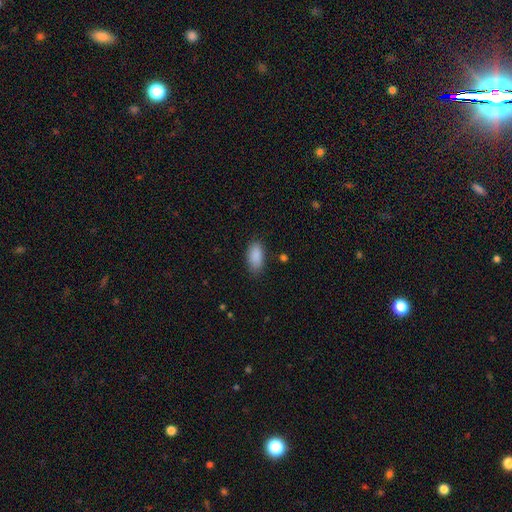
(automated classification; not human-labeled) A smooth galaxy with no disk features (89%) that is in between round and cigar-shaped (92%).

Vote fractions:
- Smooth or featured? smooth: 89% / star or artifact: 7% / featured or disk: 4%
- How rounded? in between: 92% / cigar-shaped: 5% / round: 3%
- Merging? none: 83% / minor disturbance: 13% / major disturbance: 3% / merger: 1%